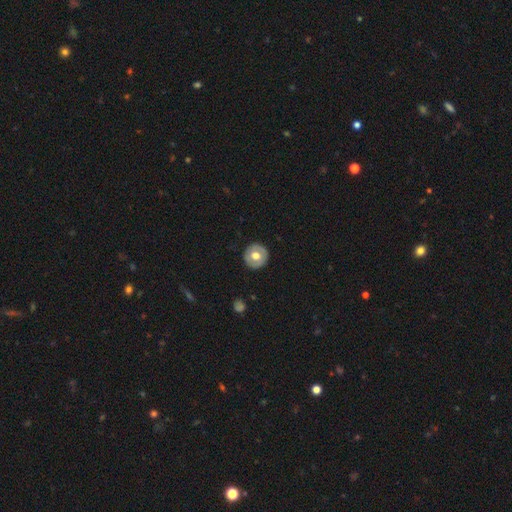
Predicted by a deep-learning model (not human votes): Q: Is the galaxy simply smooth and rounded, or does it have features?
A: smooth — 59%.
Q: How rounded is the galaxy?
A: round — 93%.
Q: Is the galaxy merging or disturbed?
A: none — 89%.